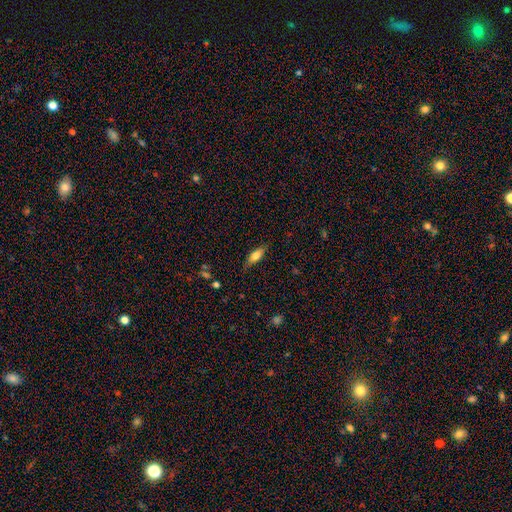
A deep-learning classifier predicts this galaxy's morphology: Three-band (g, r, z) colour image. It shows a smooth galaxy with no disk features (72%) that is in between round and cigar-shaped (65%). Merging: none (78%).